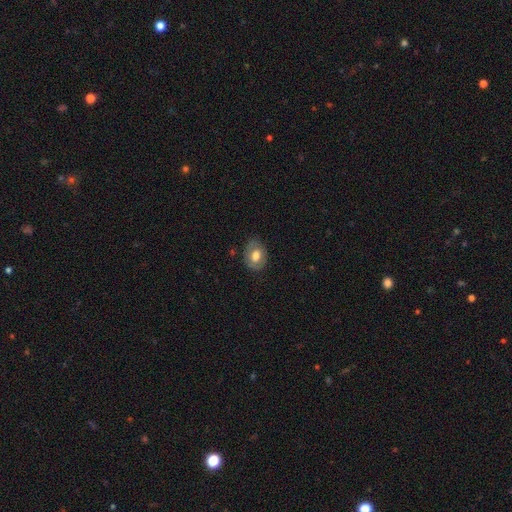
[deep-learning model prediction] smooth_or_featured: smooth (p=0.65) [alt: featured or disk p=0.28]
how_rounded: in between (p=0.66) [alt: round p=0.33]
merging: none (p=0.77) [alt: minor disturbance p=0.18]